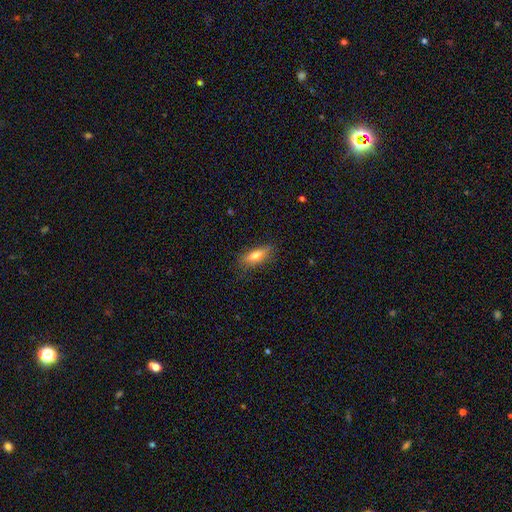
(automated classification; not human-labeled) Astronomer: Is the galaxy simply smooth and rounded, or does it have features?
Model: smooth — 70%.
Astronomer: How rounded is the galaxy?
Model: in between — 61% (runner-up: cigar-shaped, 37%).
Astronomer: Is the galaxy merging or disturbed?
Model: none — 79%.